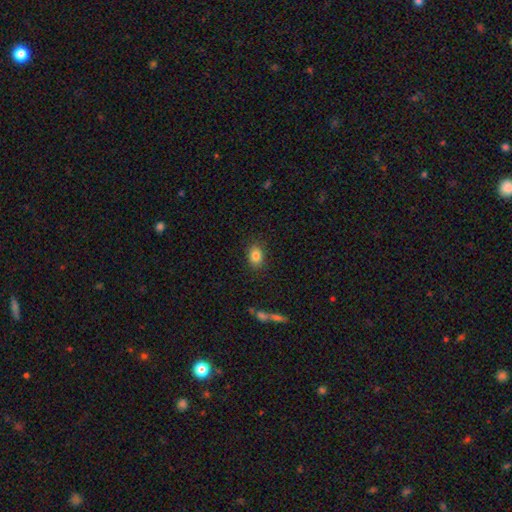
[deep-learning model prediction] A smooth galaxy with no disk features (84%) that is in between round and cigar-shaped (69%). Merging: none (86%).